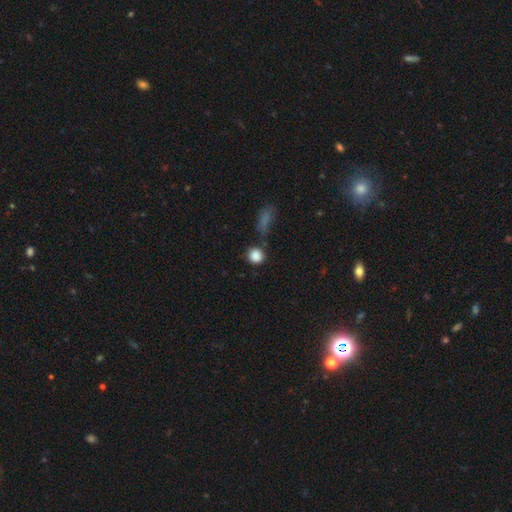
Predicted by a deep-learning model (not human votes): Smooth or featured? Predicted: smooth (p=0.86). How rounded? Predicted: round (p=0.90). Merging? Predicted: none (p=0.74).